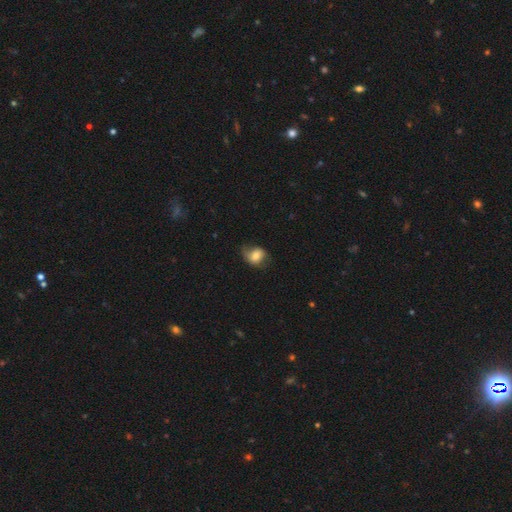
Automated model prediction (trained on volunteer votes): This appears to be a smooth galaxy with no disk features (65%) that is in between round and cigar-shaped (50%). Merging: none (50%).